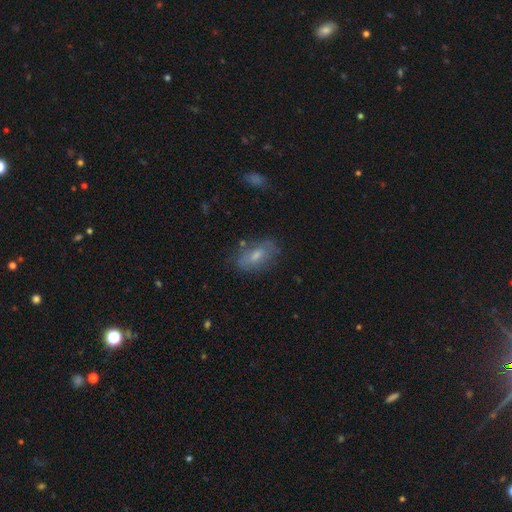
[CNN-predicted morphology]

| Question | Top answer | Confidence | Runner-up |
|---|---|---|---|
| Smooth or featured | smooth | 63% | featured or disk (28%) |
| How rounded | in between | 87% | cigar-shaped (7%) |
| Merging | none | 70% | minor disturbance (20%) |